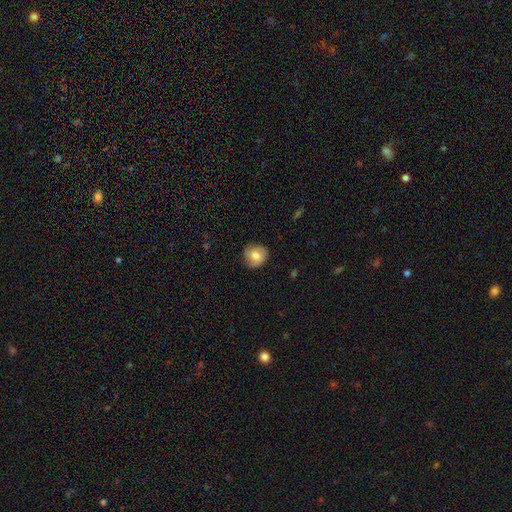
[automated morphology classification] smooth-or-featured: smooth: 73% | featured or disk: 19% | star or artifact: 8%
  how-rounded: round: 85% | in between: 14% | cigar-shaped: 1%
  merging: none: 79% | minor disturbance: 17% | major disturbance: 3% | merger: 1%